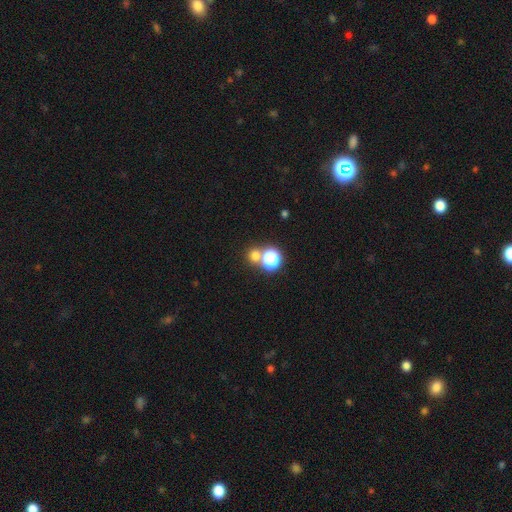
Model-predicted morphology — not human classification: Smooth or featured? smooth (66%)
How rounded? round (88%)
Merging? none (64%)